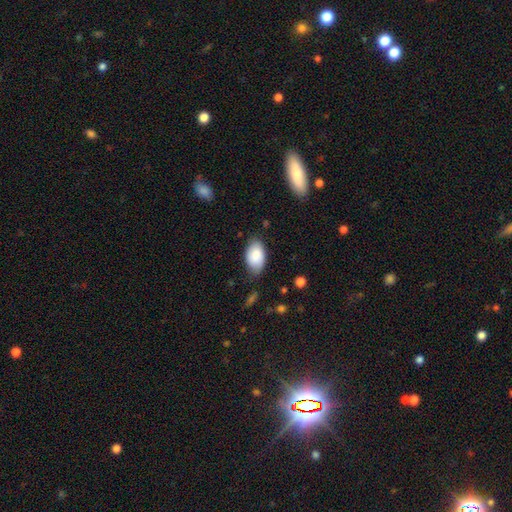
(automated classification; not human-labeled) Q: Smooth or featured?
A: smooth (84%); runner-up: featured or disk (10%)
Q: How rounded?
A: in between (94%); runner-up: round (5%)
Q: Merging?
A: none (72%); runner-up: minor disturbance (22%)